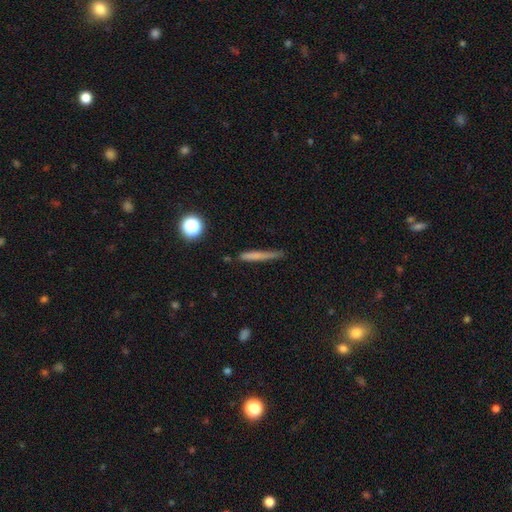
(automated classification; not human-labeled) smooth-or-featured: smooth: 65% | featured or disk: 25% | star or artifact: 10%
  how-rounded: cigar-shaped: 93% | in between: 4% | round: 3%
  merging: none: 73% | minor disturbance: 19% | major disturbance: 5% | merger: 3%